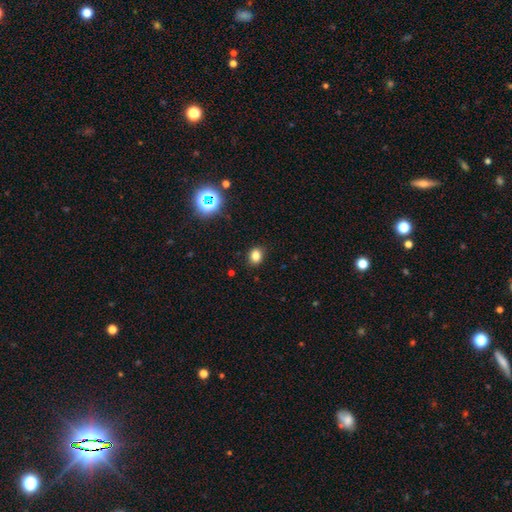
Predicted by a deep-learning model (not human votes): Smooth or featured: smooth — 79% (star or artifact — 15%)
How rounded: round — 51% (in between — 48%)
Merging: none — 87% (minor disturbance — 9%)